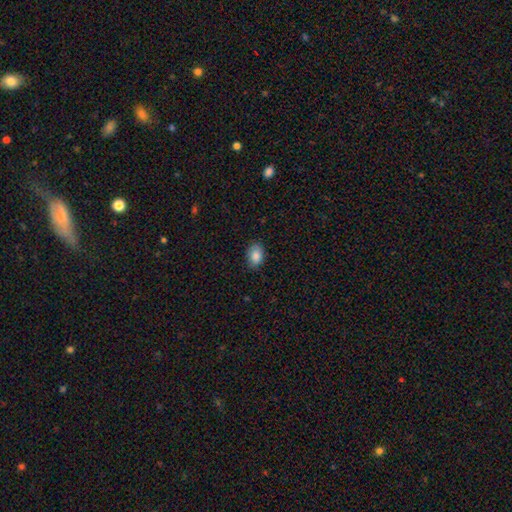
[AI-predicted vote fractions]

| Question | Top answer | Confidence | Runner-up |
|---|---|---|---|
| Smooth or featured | smooth | 86% | star or artifact (8%) |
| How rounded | in between | 82% | round (17%) |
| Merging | none | 84% | minor disturbance (13%) |